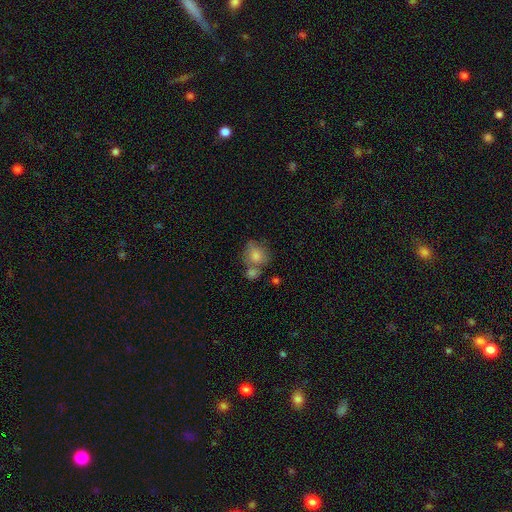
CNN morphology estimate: Overall: smooth (71%). How rounded: round (74%). Merging: none (46%; merger 31%).